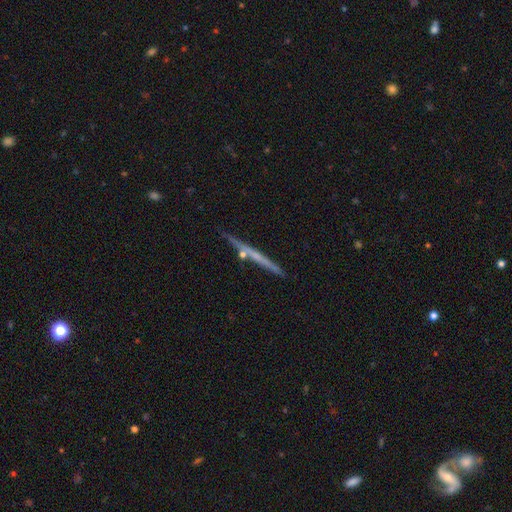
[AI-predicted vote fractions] Q: Smooth or featured?
A: featured or disk (64%); runner-up: smooth (29%)
Q: Edge-on disk?
A: yes (97%); runner-up: no (3%)
Q: Edge-on bulge?
A: none (69%); runner-up: rounded (26%)
Q: Merging?
A: none (83%); runner-up: minor disturbance (10%)